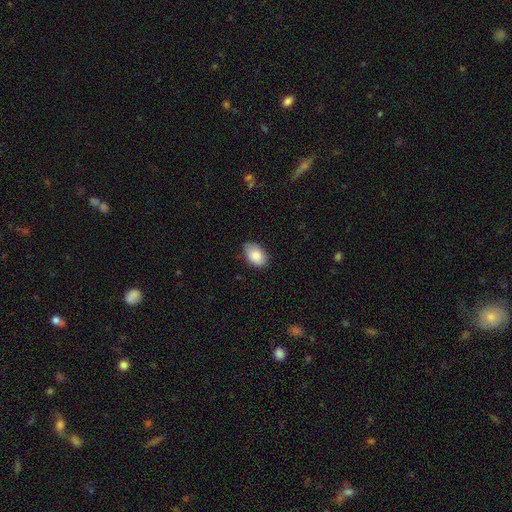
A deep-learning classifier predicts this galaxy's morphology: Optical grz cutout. It shows a smooth galaxy with no disk features (86%) that is in between round and cigar-shaped (90%). Merging: none (76%).